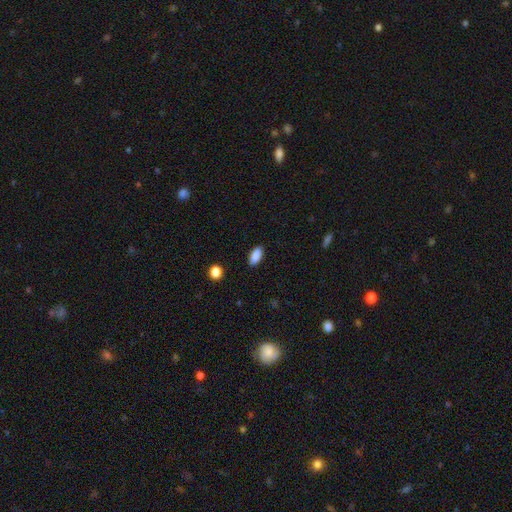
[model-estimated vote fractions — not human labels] Smooth or featured? smooth (88%)
How rounded? in between (88%)
Merging? none (89%)